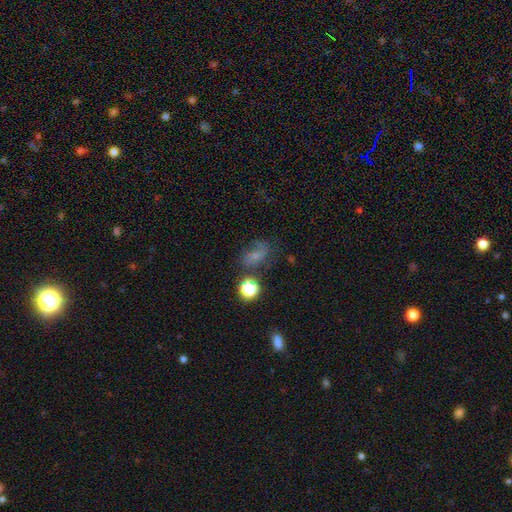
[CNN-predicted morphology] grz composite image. It shows a smooth galaxy with no disk features (48%). Merging: none (50%).